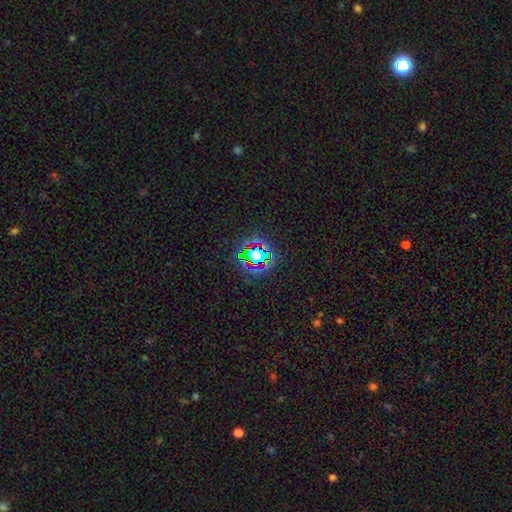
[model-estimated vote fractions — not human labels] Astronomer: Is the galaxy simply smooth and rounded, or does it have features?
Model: star or artifact — 69%.